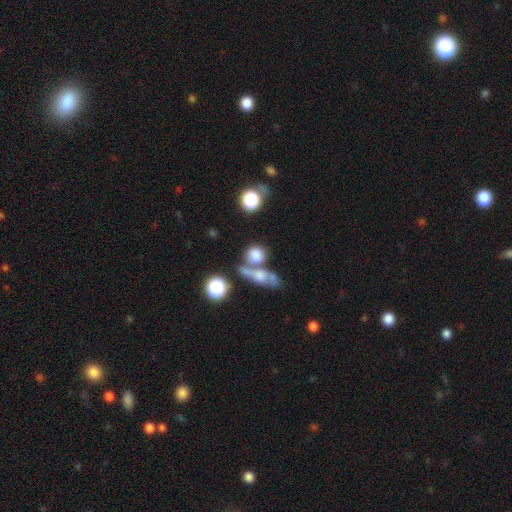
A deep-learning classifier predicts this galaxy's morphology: A smooth galaxy with no disk features (72%) that is round (68%).

Vote fractions:
- Smooth or featured? smooth: 72% / featured or disk: 15% / star or artifact: 12%
- How rounded? round: 68% / in between: 27% / cigar-shaped: 5%
- Merging? merger: 42% / none: 41% / minor disturbance: 10% / major disturbance: 6%